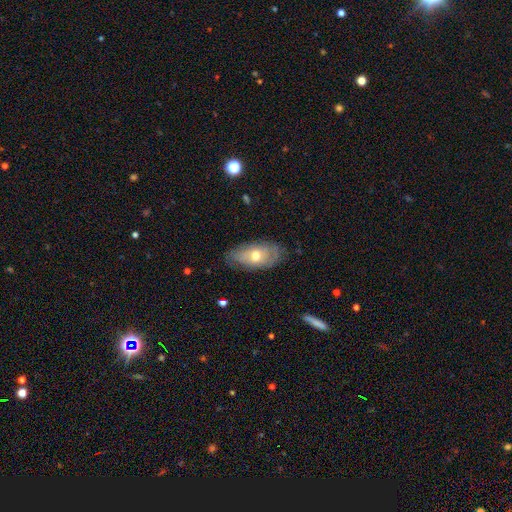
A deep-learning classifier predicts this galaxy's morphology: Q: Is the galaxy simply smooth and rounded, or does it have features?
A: featured or disk — 49%.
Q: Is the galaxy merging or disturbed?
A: none — 76%.